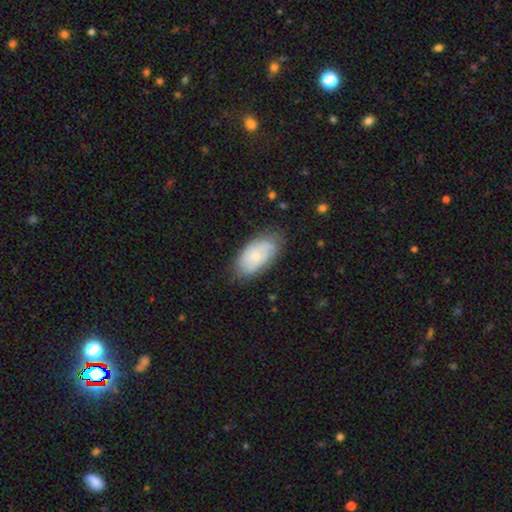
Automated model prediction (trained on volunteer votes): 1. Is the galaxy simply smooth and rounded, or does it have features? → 59% smooth, 35% featured or disk, 7% star or artifact.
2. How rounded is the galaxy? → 94% in between, 3% round, 3% cigar-shaped.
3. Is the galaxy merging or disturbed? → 73% none, 21% minor disturbance, 5% major disturbance, 1% merger.